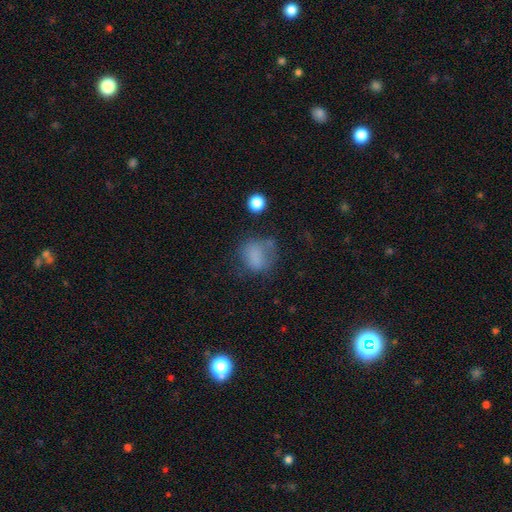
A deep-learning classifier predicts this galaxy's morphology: Smooth or featured?
  - smooth: 74% *
  - star or artifact: 13%
  - featured or disk: 13%
How rounded?
  - round: 59% *
  - in between: 40%
  - cigar-shaped: 1%
Merging?
  - none: 47% *
  - minor disturbance: 25%
  - major disturbance: 22%
  - merger: 5%